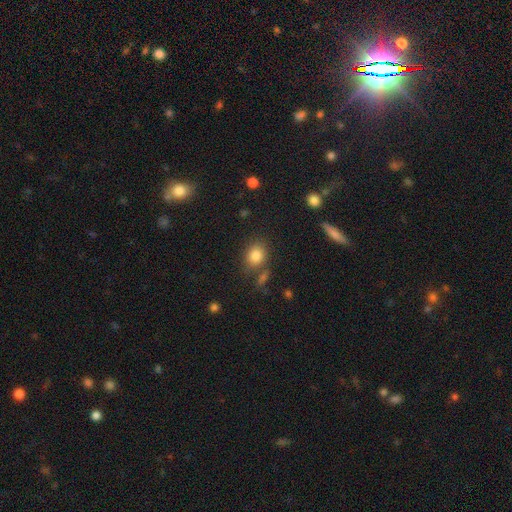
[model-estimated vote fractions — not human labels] Overall: smooth (83%). How rounded: round (54%; in between 44%). Merging: none (71%).